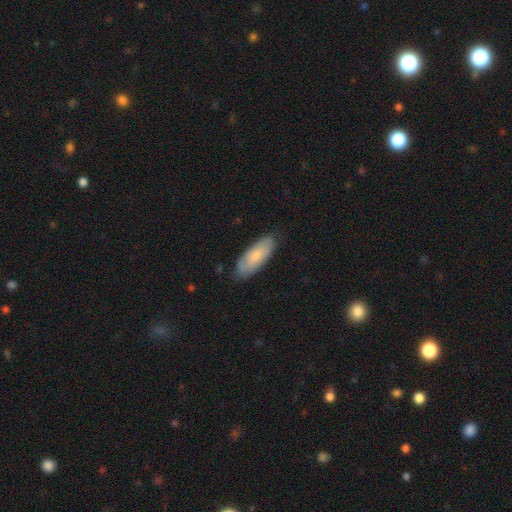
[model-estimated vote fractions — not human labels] A smooth galaxy with no disk features (70%) that is in between round and cigar-shaped (75%).

Vote fractions:
- Smooth or featured? smooth: 70% / featured or disk: 24% / star or artifact: 6%
- How rounded? in between: 75% / cigar-shaped: 23% / round: 2%
- Merging? none: 81% / minor disturbance: 15% / major disturbance: 3% / merger: 1%